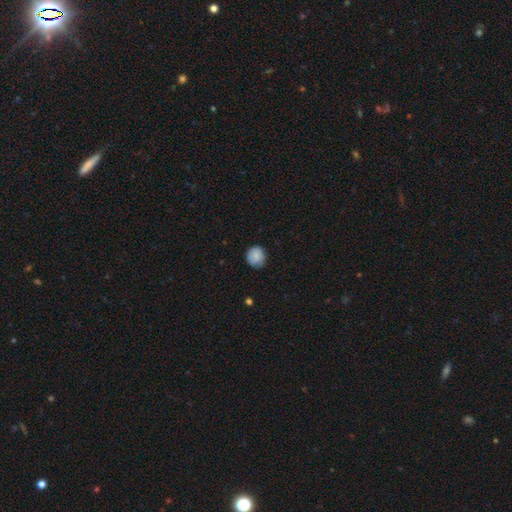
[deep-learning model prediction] Smooth or featured? smooth (86%)
How rounded? round (84%)
Merging? none (80%)